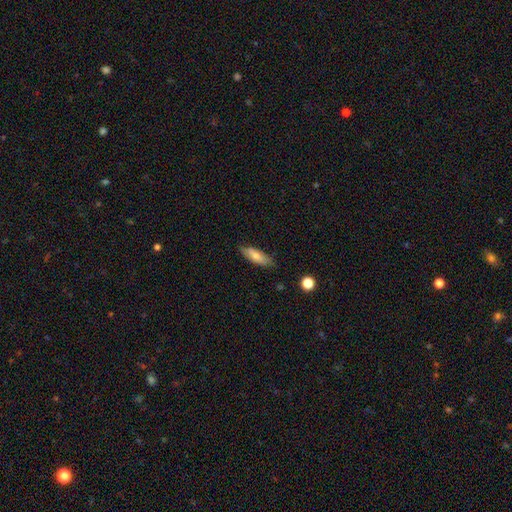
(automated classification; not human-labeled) Smooth or featured? Predicted: smooth (p=0.69). How rounded? Predicted: in between (p=0.60). Merging? Predicted: none (p=0.80).